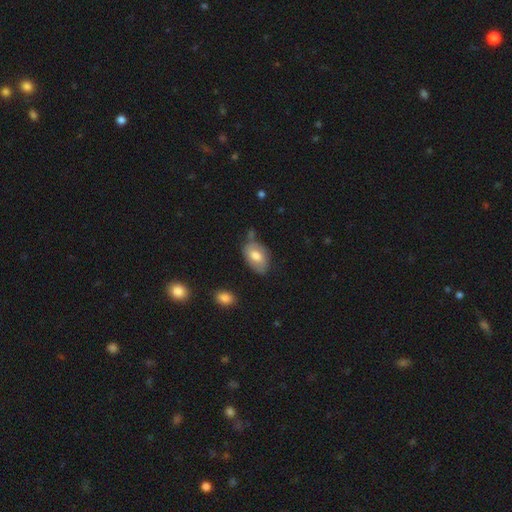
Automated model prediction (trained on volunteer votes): Morphology: type=smooth (68%); roundness=in between (91%); merging=none (60%).